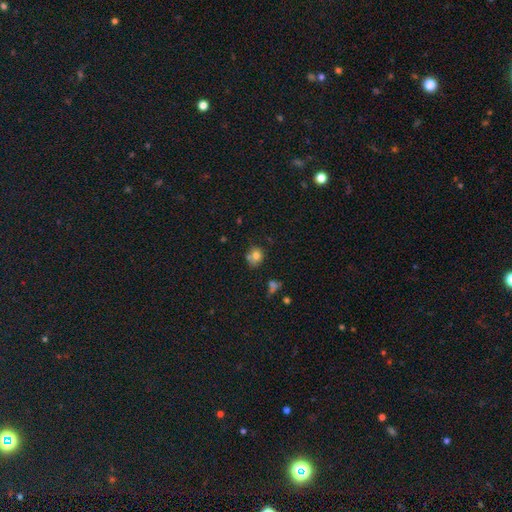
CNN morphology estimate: Smooth or featured? smooth (74%)
How rounded? round (75%)
Merging? none (55%)